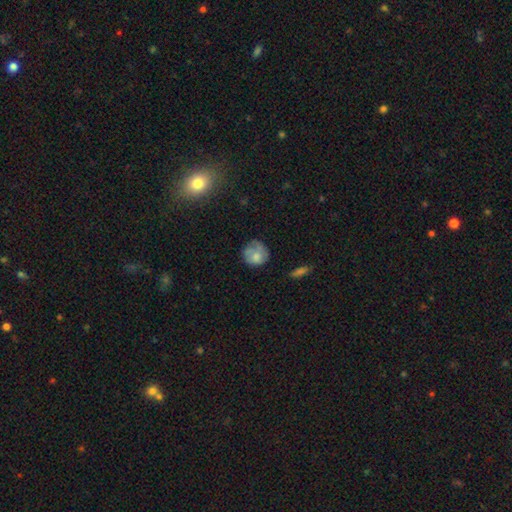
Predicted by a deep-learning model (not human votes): Smooth or featured? smooth (69%)
How rounded? round (83%)
Merging? none (58%)